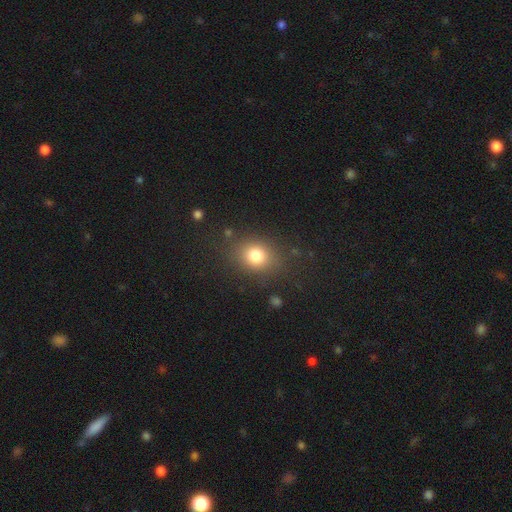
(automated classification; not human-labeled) smooth-or-featured: smooth: 79% | star or artifact: 13% | featured or disk: 8%
  how-rounded: round: 62% | in between: 37% | cigar-shaped: 1%
  merging: none: 82% | minor disturbance: 11% | major disturbance: 5% | merger: 2%